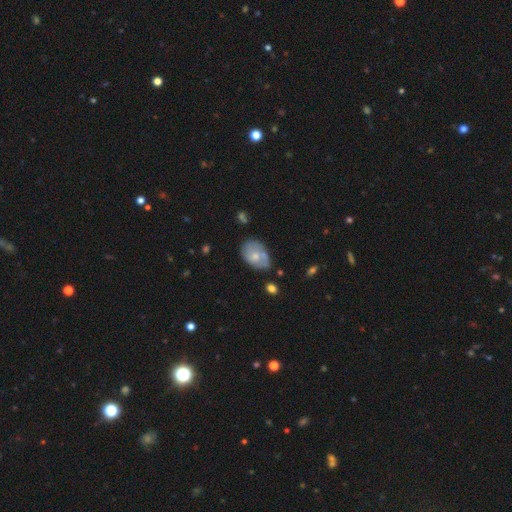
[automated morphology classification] smooth 51%, featured or disk 42%, star or artifact 7%. Down the decision tree: how rounded — in between (83%); merging — none (57%).